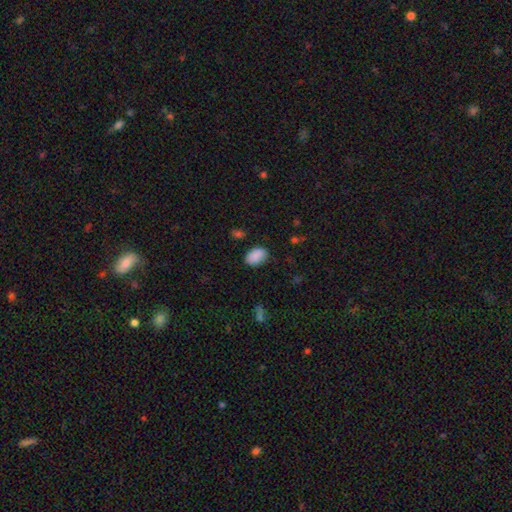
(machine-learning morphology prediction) type=smooth (89%); roundness=in between (88%); merging=none (83%).